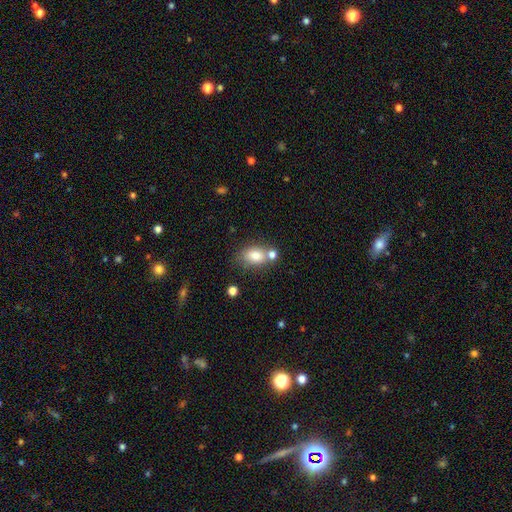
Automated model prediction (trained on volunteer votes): Smooth or featured?
  - smooth: 79% *
  - featured or disk: 11%
  - star or artifact: 10%
How rounded?
  - in between: 76% *
  - round: 23%
  - cigar-shaped: 2%
Merging?
  - none: 57% *
  - merger: 24%
  - minor disturbance: 15%
  - major disturbance: 5%